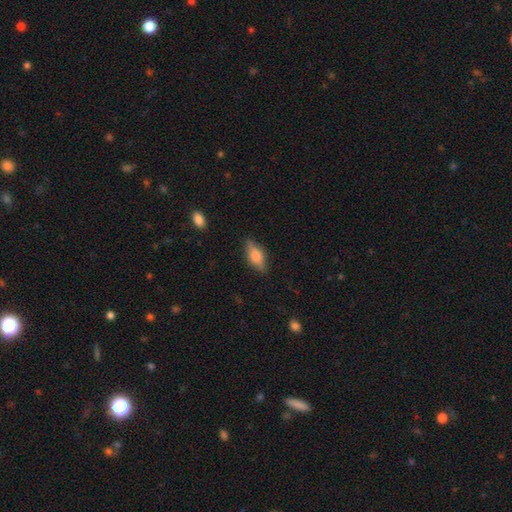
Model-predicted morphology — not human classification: Overall: smooth (59%; featured or disk 34%). How rounded: in between (73%). Merging: none (82%).